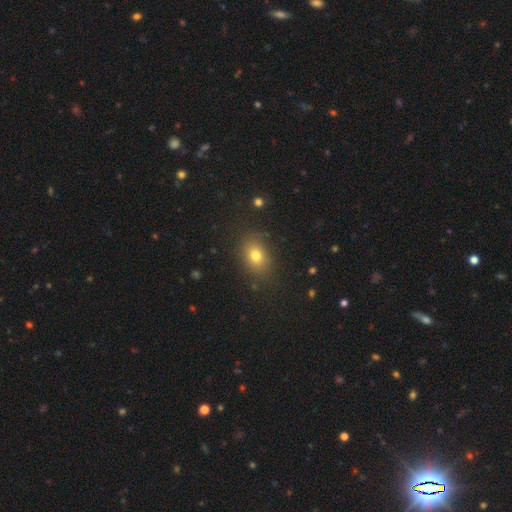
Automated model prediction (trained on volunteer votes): This is likely a smooth galaxy (76%). How rounded: likely in between (66%). Merging: clearly none (83%).